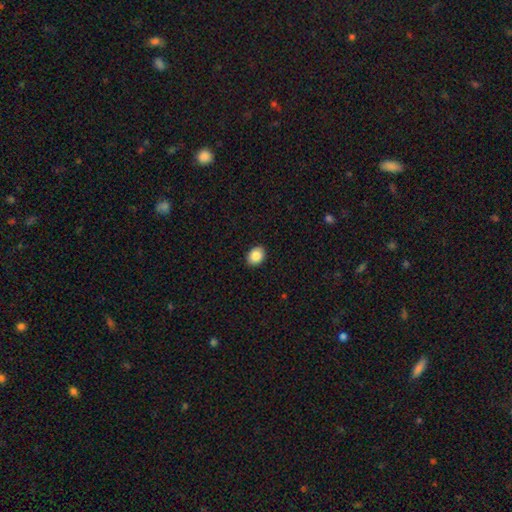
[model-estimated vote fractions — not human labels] A smooth galaxy with no disk features (87%) that is in between round and cigar-shaped (64%). Merging: none (91%).